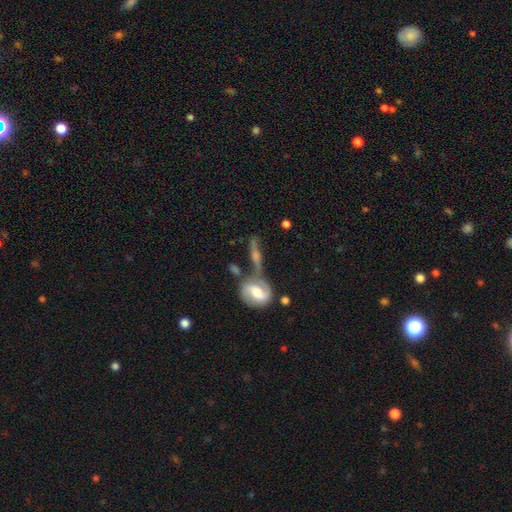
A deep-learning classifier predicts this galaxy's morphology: The model was most divided on "merging": none: 38%, merger: 37%, minor disturbance: 13%, major disturbance: 11%. Remaining: smooth or featured — featured or disk (47%).